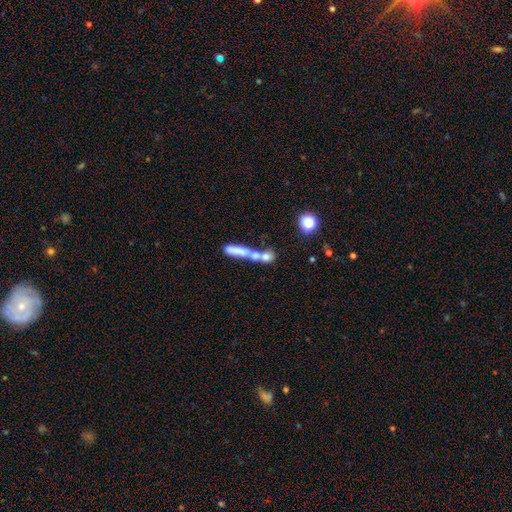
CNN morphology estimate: type=smooth (55%); roundness=cigar-shaped (57%); merging=merger (55%).